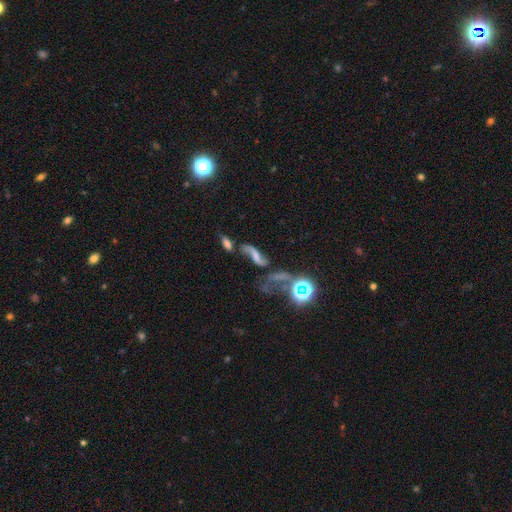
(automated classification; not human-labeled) Morphology: type=featured or disk (58%); edge-on=no (89%); bar=no (40%); spiral arms=yes (77%); bulge=small (35%); merging=merger (34%).